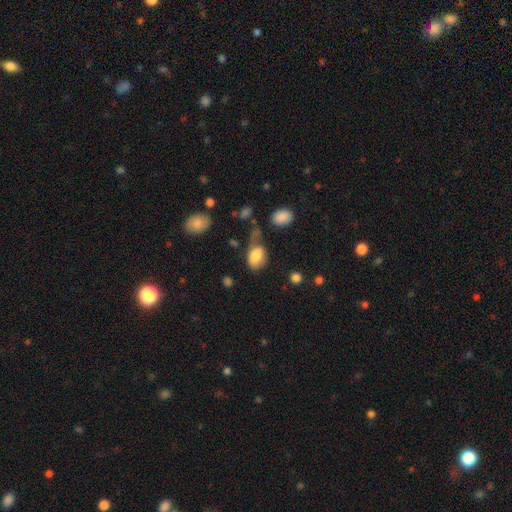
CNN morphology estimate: smooth_or_featured: smooth (p=0.78) [alt: featured or disk p=0.14]
how_rounded: in between (p=0.89) [alt: round p=0.10]
merging: none (p=0.32) [alt: minor disturbance p=0.31]